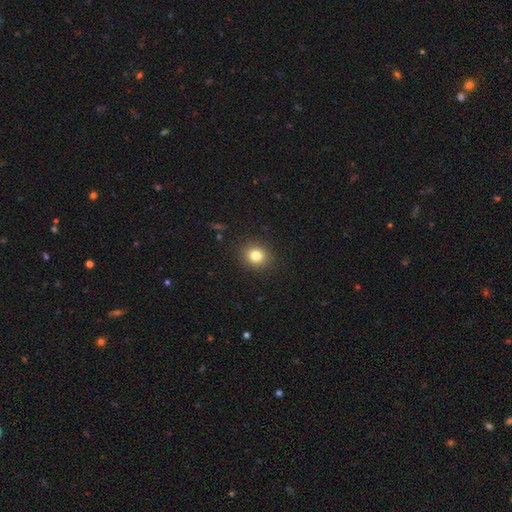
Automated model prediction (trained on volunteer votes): A smooth galaxy with no disk features (82%) that is round (76%).

Vote fractions:
- Smooth or featured? smooth: 82% / star or artifact: 12% / featured or disk: 7%
- How rounded? round: 76% / in between: 23% / cigar-shaped: 1%
- Merging? none: 90% / minor disturbance: 7% / major disturbance: 2% / merger: 1%